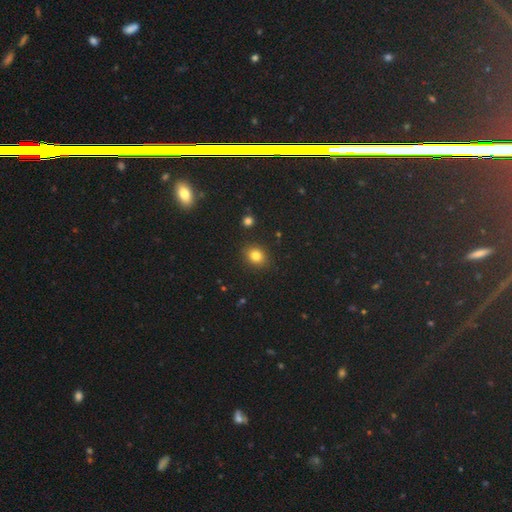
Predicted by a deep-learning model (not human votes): A smooth galaxy with no disk features (80%) that is round (63%).

Vote fractions:
- Smooth or featured? smooth: 80% / star or artifact: 13% / featured or disk: 7%
- How rounded? round: 63% / in between: 36% / cigar-shaped: 1%
- Merging? none: 88% / minor disturbance: 8% / major disturbance: 2% / merger: 2%